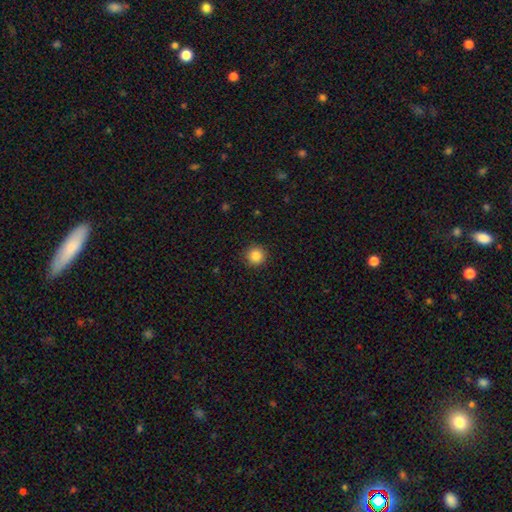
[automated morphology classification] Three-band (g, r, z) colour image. It shows a smooth galaxy with no disk features (85%) that is round (95%). Merging: none (91%).